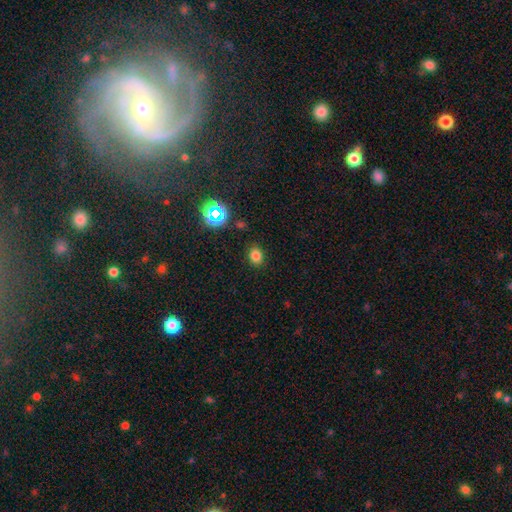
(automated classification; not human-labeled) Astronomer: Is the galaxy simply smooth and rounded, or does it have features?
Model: smooth — 77%.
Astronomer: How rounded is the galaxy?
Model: round — 50% (runner-up: in between, 49%).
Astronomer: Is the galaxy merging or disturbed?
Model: none — 86%.